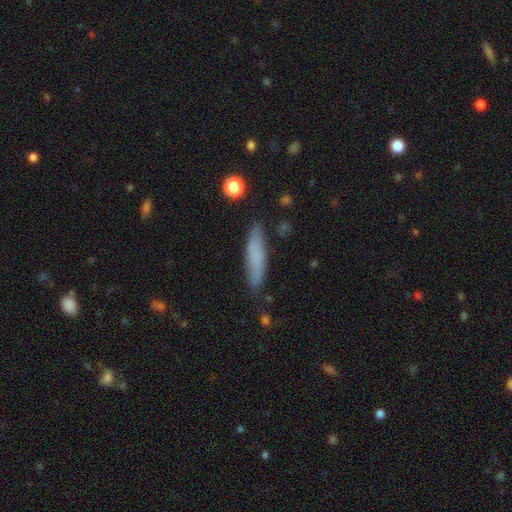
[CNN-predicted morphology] Smooth or featured? smooth (74%)
How rounded? cigar-shaped (81%)
Merging? none (84%)